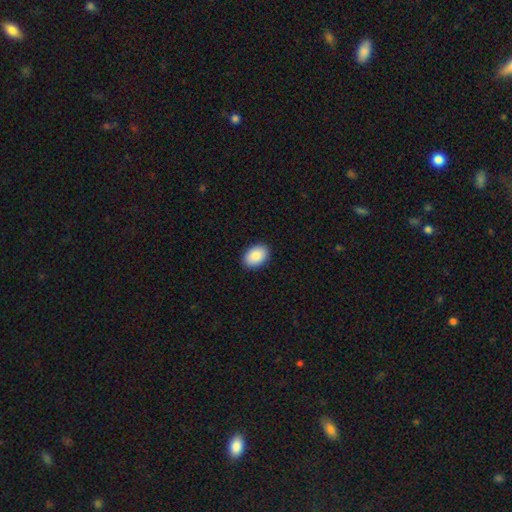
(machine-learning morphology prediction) smooth-or-featured: smooth: 89% | star or artifact: 6% | featured or disk: 5%
  how-rounded: in between: 87% | round: 12% | cigar-shaped: 1%
  merging: none: 90% | minor disturbance: 7% | major disturbance: 2% | merger: 1%